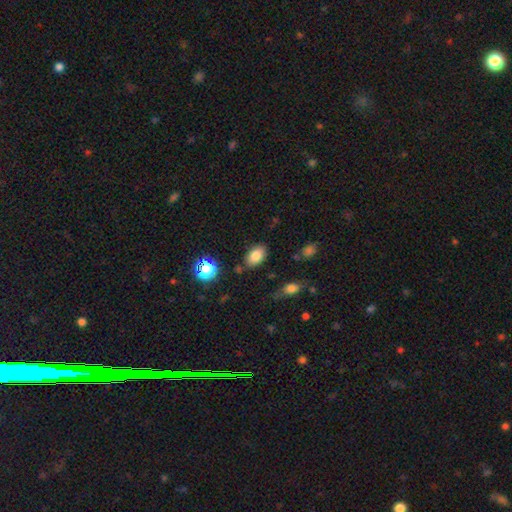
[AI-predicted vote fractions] Overall: smooth (82%). How rounded: in between (89%). Merging: none (80%).